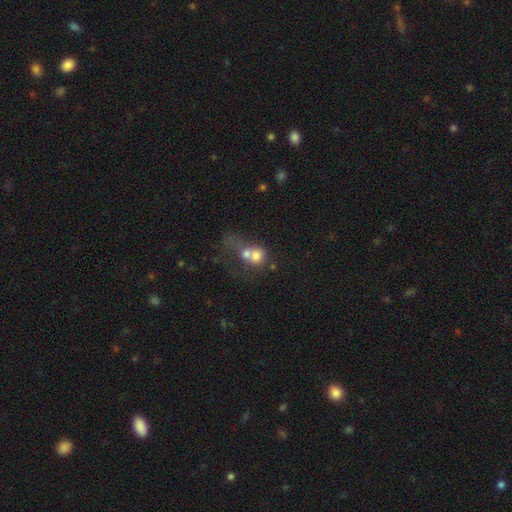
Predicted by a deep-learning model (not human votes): This is likely a smooth galaxy (64%). How rounded: likely round (70%). Merging: likely merger (70%).